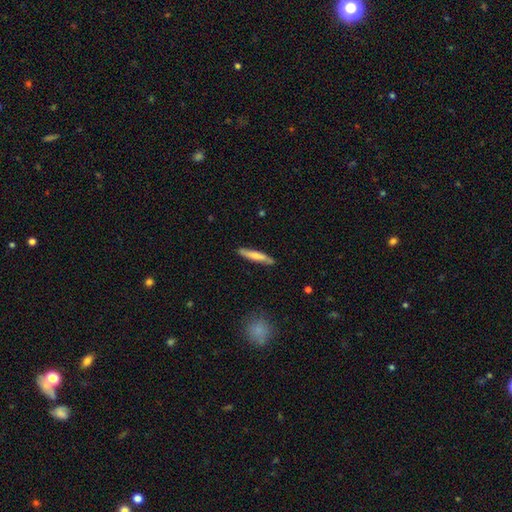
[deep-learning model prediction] Smooth or featured?
  - smooth: 68% *
  - featured or disk: 27%
  - star or artifact: 5%
How rounded?
  - cigar-shaped: 91% *
  - in between: 8%
  - round: 1%
Merging?
  - none: 83% *
  - minor disturbance: 13%
  - major disturbance: 2%
  - merger: 2%